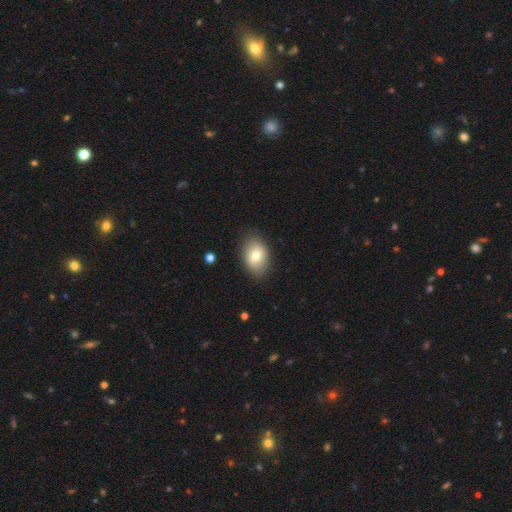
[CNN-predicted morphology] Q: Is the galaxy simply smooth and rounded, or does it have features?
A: smooth — 75%.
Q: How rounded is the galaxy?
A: in between — 82%.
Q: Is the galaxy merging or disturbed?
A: none — 86%.